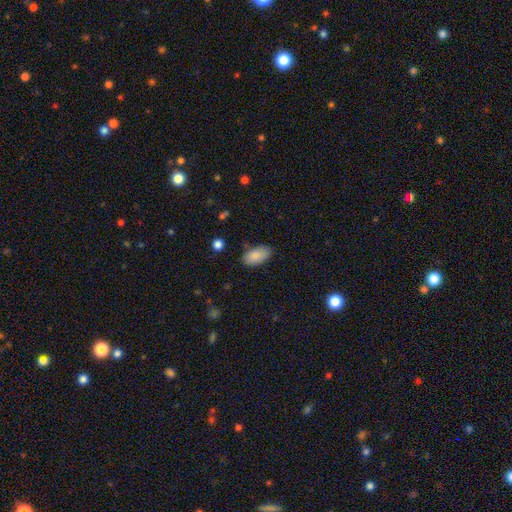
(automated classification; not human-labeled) smooth_or_featured: smooth (p=0.88) [alt: star or artifact p=0.07]
how_rounded: in between (p=0.94) [alt: round p=0.03]
merging: none (p=0.79) [alt: minor disturbance p=0.16]